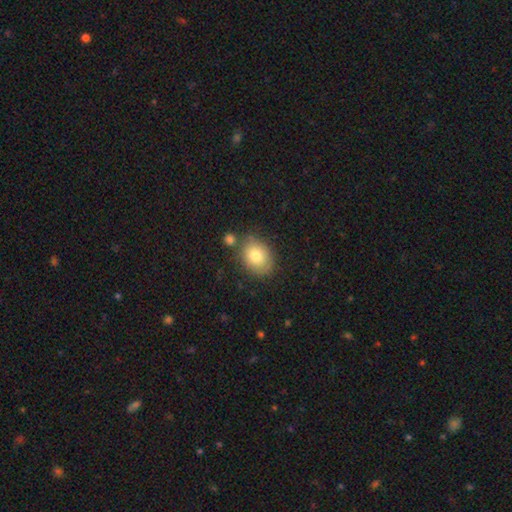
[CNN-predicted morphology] This is likely a smooth galaxy (80%). How rounded: possibly in between (59%). Merging: likely none (72%).